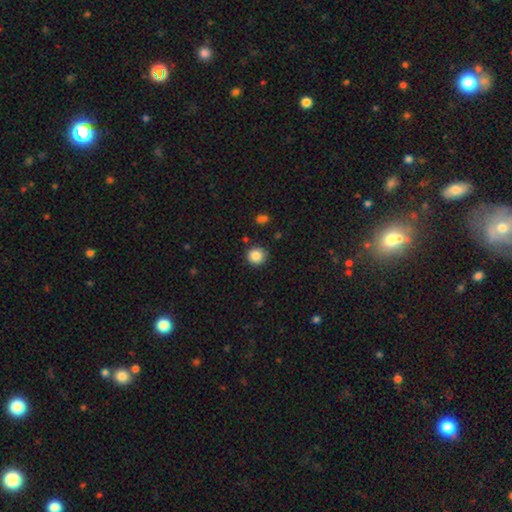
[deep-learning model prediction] Q: Smooth or featured?
A: smooth (86%); runner-up: star or artifact (10%)
Q: How rounded?
A: round (93%); runner-up: in between (6%)
Q: Merging?
A: none (88%); runner-up: minor disturbance (8%)